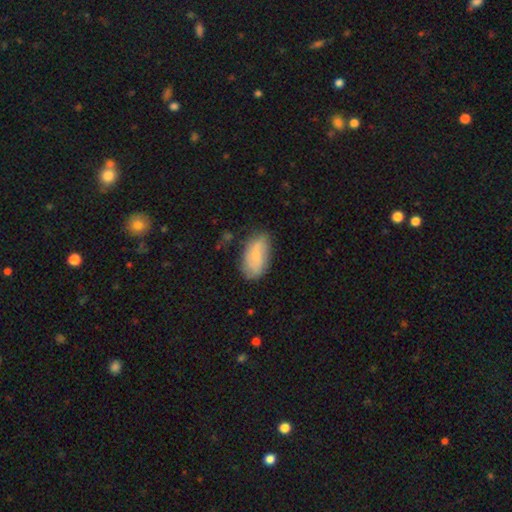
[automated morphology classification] A smooth galaxy with no disk features (60%) that is in between round and cigar-shaped (92%).

Vote fractions:
- Smooth or featured? smooth: 60% / featured or disk: 33% / star or artifact: 7%
- How rounded? in between: 92% / round: 4% / cigar-shaped: 3%
- Merging? none: 68% / minor disturbance: 24% / major disturbance: 6% / merger: 3%